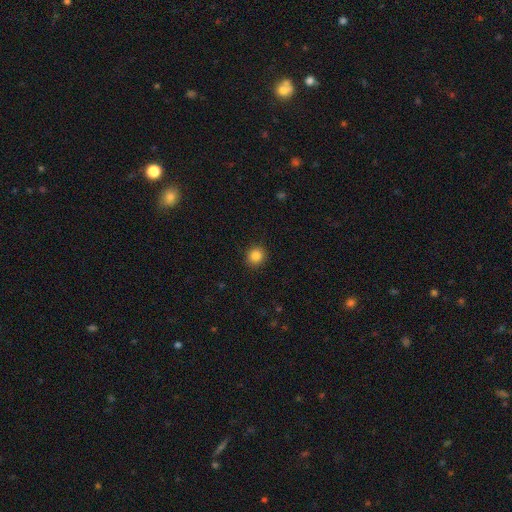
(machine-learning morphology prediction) A smooth galaxy with no disk features (86%) that is round (87%).

Vote fractions:
- Smooth or featured? smooth: 86% / star or artifact: 10% / featured or disk: 4%
- How rounded? round: 87% / in between: 12% / cigar-shaped: 1%
- Merging? none: 92% / minor disturbance: 6% / major disturbance: 2% / merger: 1%